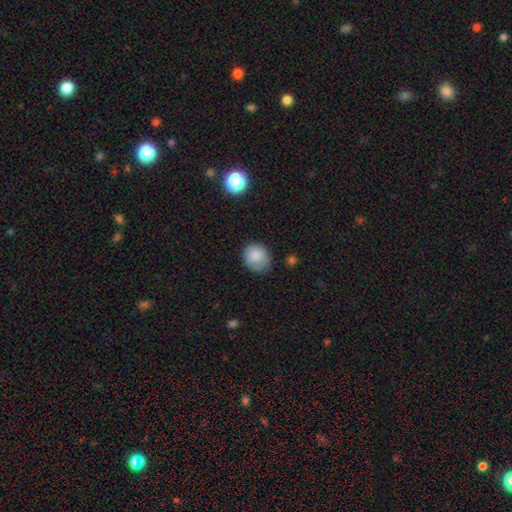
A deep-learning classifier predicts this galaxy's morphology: type=smooth (84%); roundness=round (71%); merging=none (74%).